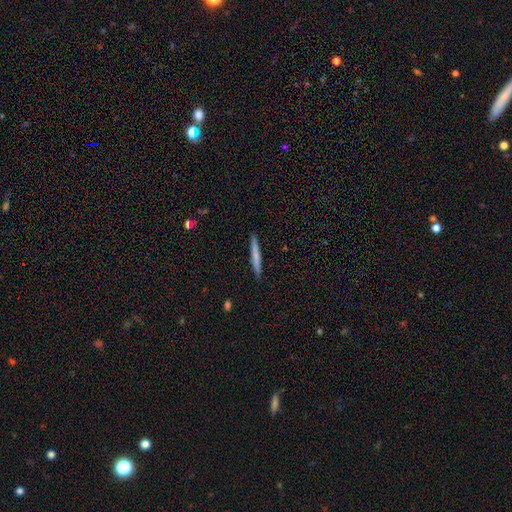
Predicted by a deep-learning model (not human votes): Smooth or featured?
  - smooth: 67% *
  - featured or disk: 28%
  - star or artifact: 6%
How rounded?
  - cigar-shaped: 96% *
  - in between: 3%
  - round: 1%
Merging?
  - none: 91% *
  - minor disturbance: 7%
  - major disturbance: 1%
  - merger: 1%